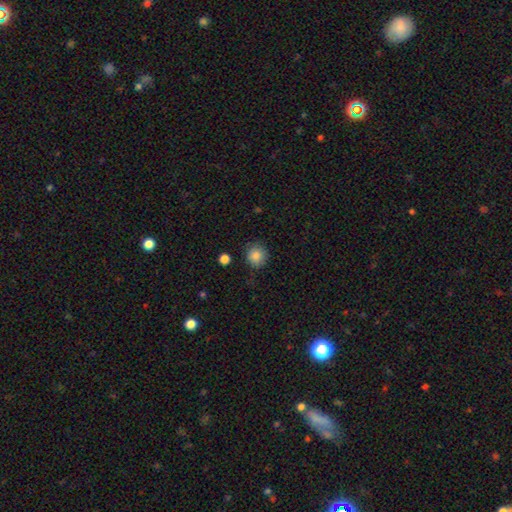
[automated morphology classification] A smooth galaxy with no disk features (85%) that is round (88%). Merging: none (83%).